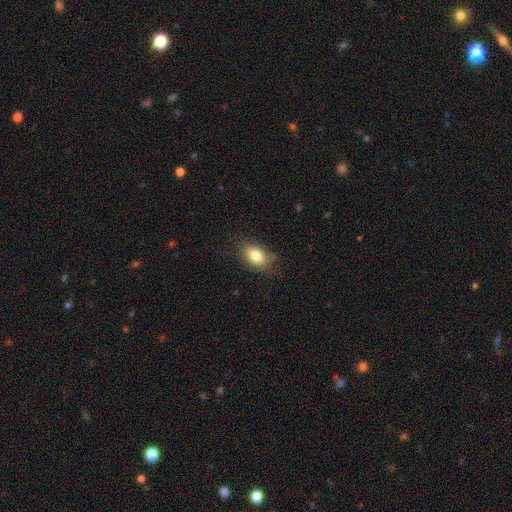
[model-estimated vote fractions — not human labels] smooth 81%, featured or disk 10%, star or artifact 9%. Down the decision tree: how rounded — in between (84%); merging — none (79%).